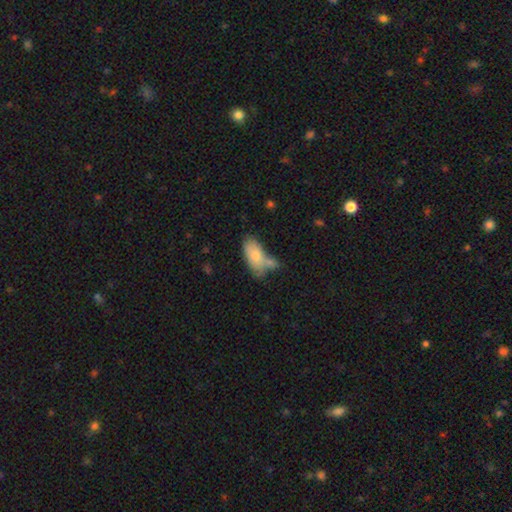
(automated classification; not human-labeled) This is likely a smooth galaxy (78%). How rounded: clearly in between (91%). Merging: marginally none (40%).